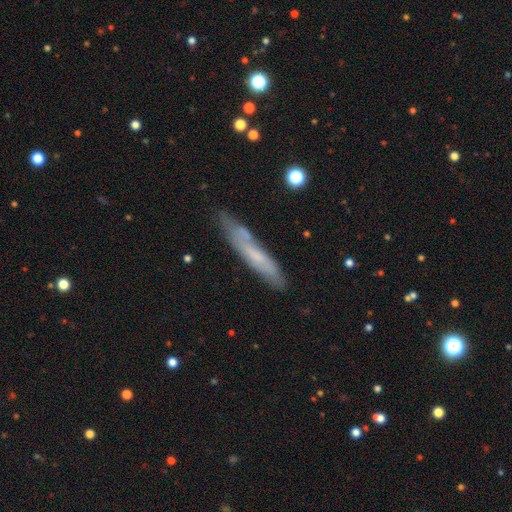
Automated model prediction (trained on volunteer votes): A smooth galaxy with no disk features (47%). Merging: none (73%).